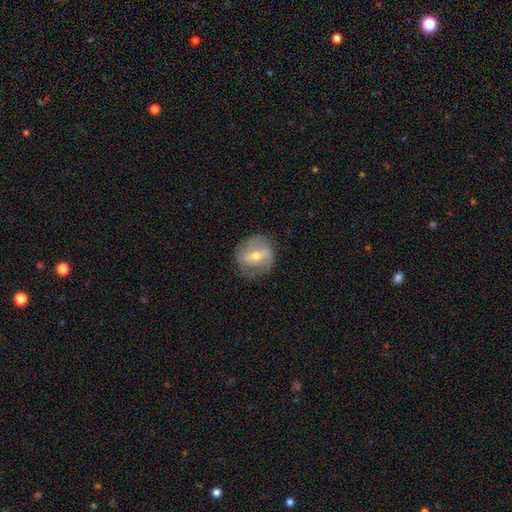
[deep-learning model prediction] smooth-or-featured: featured or disk: 66% | smooth: 26% | star or artifact: 7%
  disk-edge-on: no: 94% | yes: 6%
    bar: weak: 42% | strong: 38% | no: 21%
    has-spiral-arms: yes: 73% | no: 27%
    bulge-size: moderate: 59% | small: 37% | large: 2% | none: 1% | dominant: 1%
  merging: none: 78% | minor disturbance: 15% | major disturbance: 6% | merger: 1%